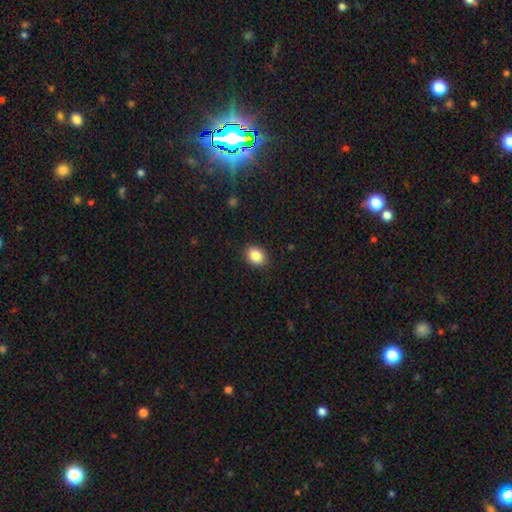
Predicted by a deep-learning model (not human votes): smooth-or-featured: smooth: 86% | star or artifact: 9% | featured or disk: 5%
  how-rounded: round: 52% | in between: 47% | cigar-shaped: 1%
  merging: none: 89% | minor disturbance: 8% | major disturbance: 2% | merger: 1%